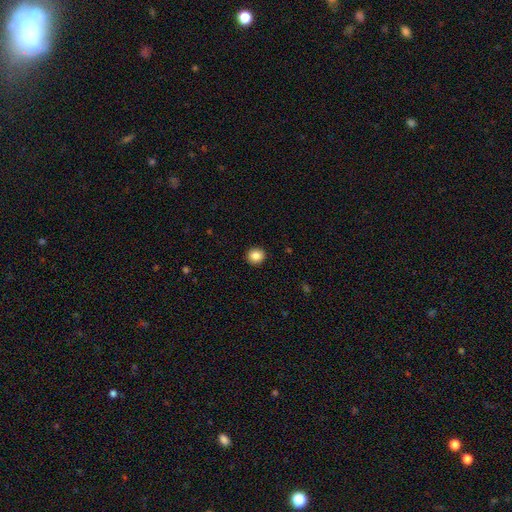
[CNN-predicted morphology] Smooth or featured? Predicted: smooth (p=0.87). How rounded? Predicted: round (p=0.82). Merging? Predicted: none (p=0.92).